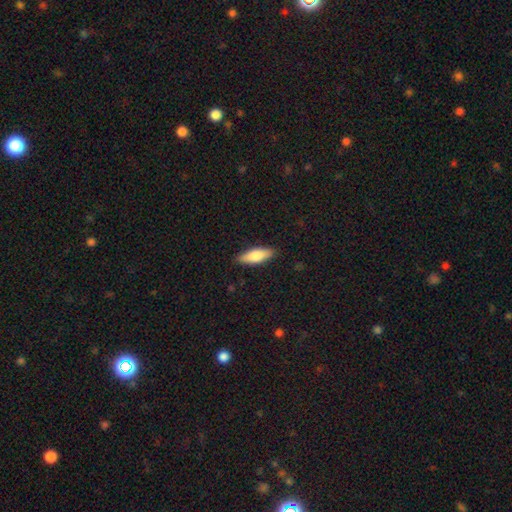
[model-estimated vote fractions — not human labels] Smooth or featured: smooth — 77% (featured or disk — 18%)
How rounded: in between — 60% (cigar-shaped — 38%)
Merging: none — 87% (minor disturbance — 10%)